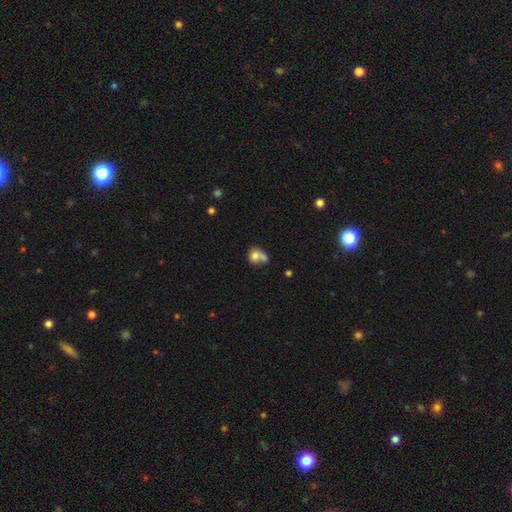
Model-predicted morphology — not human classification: Overall: smooth (73%). How rounded: round (62%; in between 36%). Merging: merger (53%; none 27%).